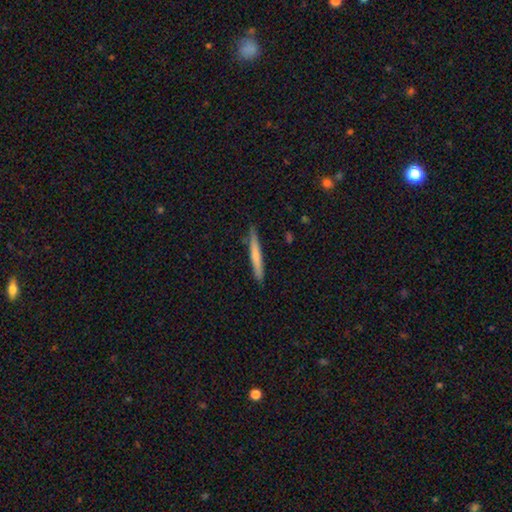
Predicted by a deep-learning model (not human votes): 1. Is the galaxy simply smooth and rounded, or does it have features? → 63% smooth, 32% featured or disk, 6% star or artifact.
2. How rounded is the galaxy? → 96% cigar-shaped, 3% in between, 1% round.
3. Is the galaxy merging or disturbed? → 86% none, 11% minor disturbance, 2% major disturbance, 2% merger.